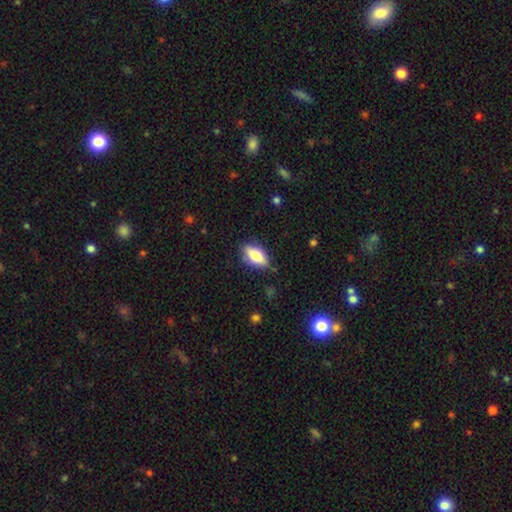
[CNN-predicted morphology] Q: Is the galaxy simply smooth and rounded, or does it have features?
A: smooth — 69%.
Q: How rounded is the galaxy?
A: in between — 84%.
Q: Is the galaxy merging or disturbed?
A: none — 82%.